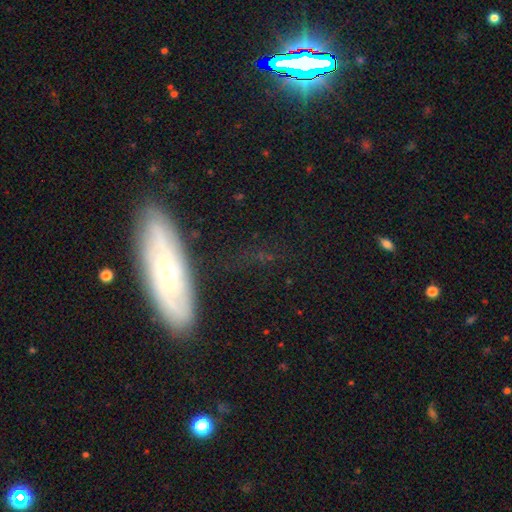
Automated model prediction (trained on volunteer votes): Morphology: type=featured or disk (56%); edge-on=no (65%); merging=none (82%).